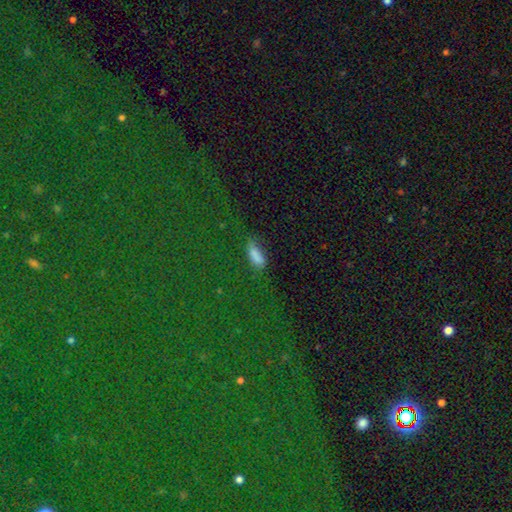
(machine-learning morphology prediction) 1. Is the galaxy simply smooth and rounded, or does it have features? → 79% smooth, 12% star or artifact, 8% featured or disk.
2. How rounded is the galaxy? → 58% in between, 38% cigar-shaped, 3% round.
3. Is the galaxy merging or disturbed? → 61% none, 26% minor disturbance, 10% major disturbance, 4% merger.